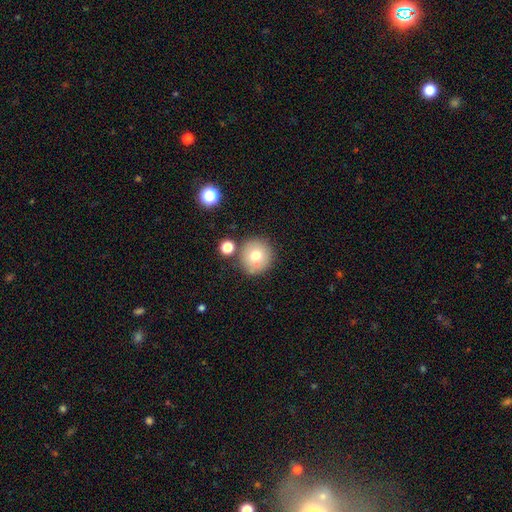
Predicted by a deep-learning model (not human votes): Overall: smooth (72%). How rounded: round (94%). Merging: none (75%).